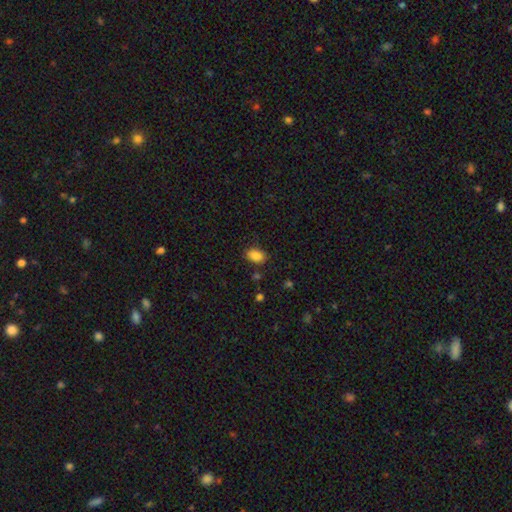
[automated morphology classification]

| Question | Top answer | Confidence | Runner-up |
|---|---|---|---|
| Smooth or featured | smooth | 87% | star or artifact (9%) |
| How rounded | in between | 84% | round (14%) |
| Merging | none | 83% | minor disturbance (12%) |